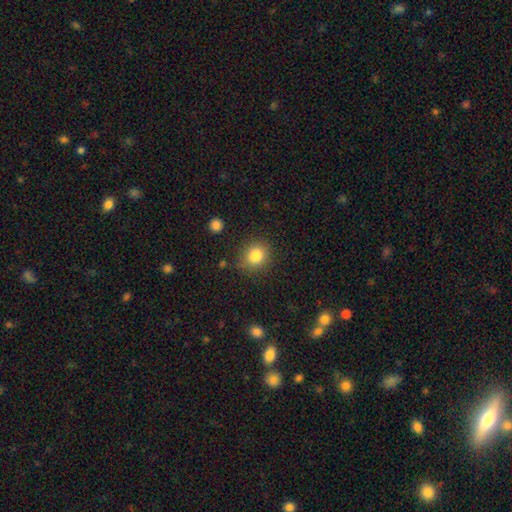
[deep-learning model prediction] The model was most divided on "how rounded": round: 79%, in between: 20%, cigar-shaped: 1%. More confident: smooth or featured — smooth (84%); merging — none (83%).